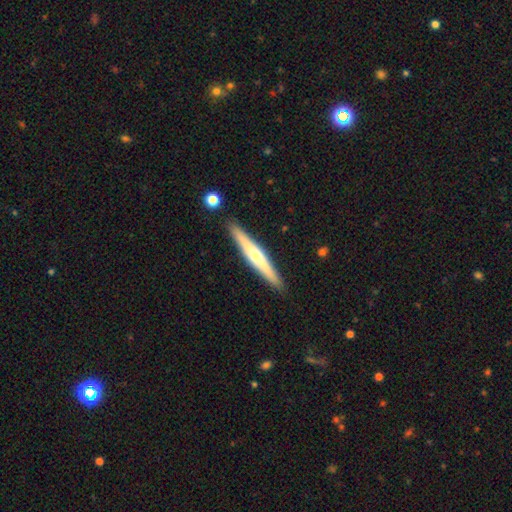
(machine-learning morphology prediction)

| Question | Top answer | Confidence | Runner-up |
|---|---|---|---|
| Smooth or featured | featured or disk | 60% | smooth (35%) |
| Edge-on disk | yes | 96% | no (4%) |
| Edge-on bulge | rounded | 85% | none (11%) |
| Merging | none | 90% | minor disturbance (7%) |